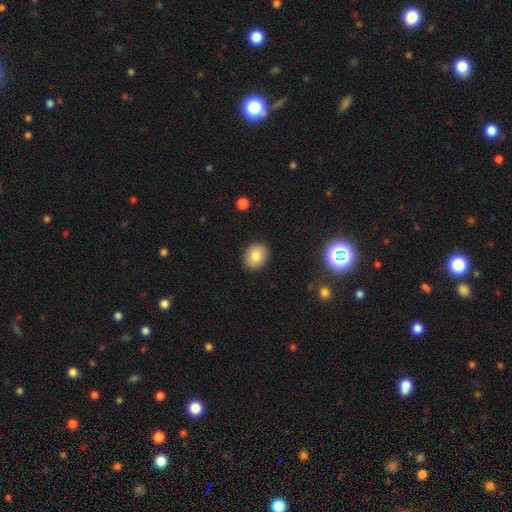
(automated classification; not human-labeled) Overall: smooth (81%). How rounded: round (55%; in between 44%). Merging: none (90%).